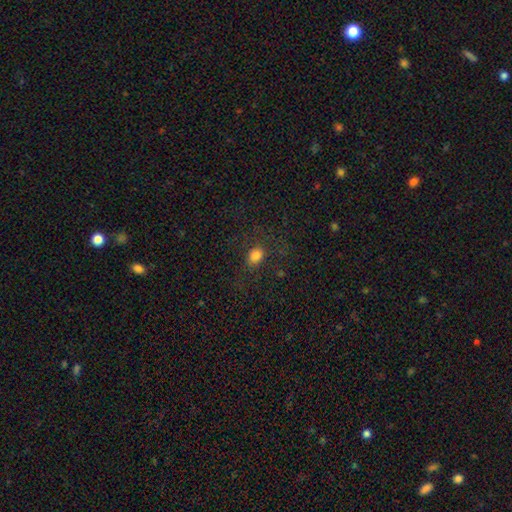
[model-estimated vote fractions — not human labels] Smooth or featured? Predicted: smooth (p=0.76). How rounded? Predicted: in between (p=0.58). Merging? Predicted: none (p=0.73).